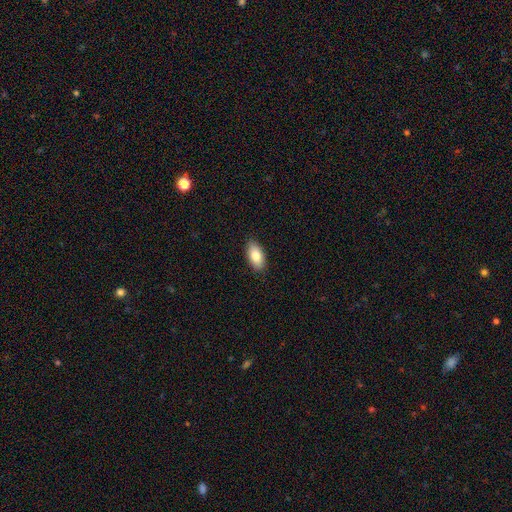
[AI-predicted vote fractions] This appears to be a smooth galaxy with no disk features (82%) that is in between round and cigar-shaped (93%). Merging: none (89%).